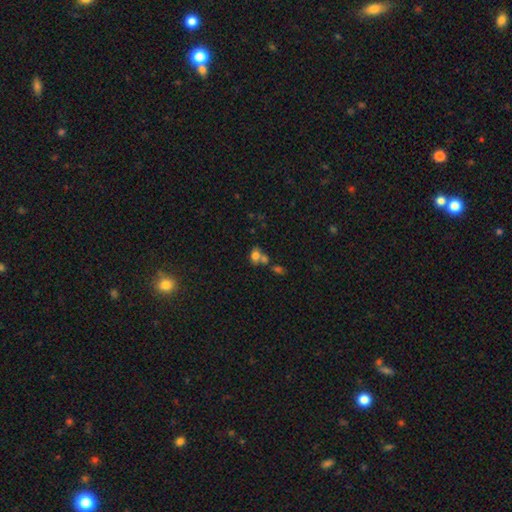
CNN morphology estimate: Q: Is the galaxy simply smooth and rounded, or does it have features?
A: smooth — 74%.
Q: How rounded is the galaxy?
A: in between — 61%.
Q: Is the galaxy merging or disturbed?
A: merger — 47%.